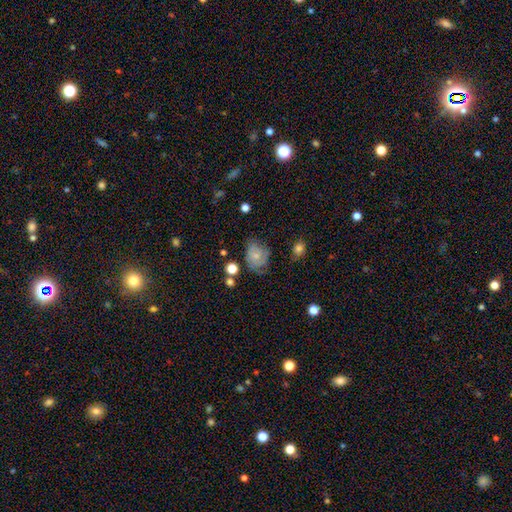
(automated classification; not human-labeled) This appears to be a smooth galaxy with no disk features (51%) that is in between round and cigar-shaped (58%). Merging: none (50%).